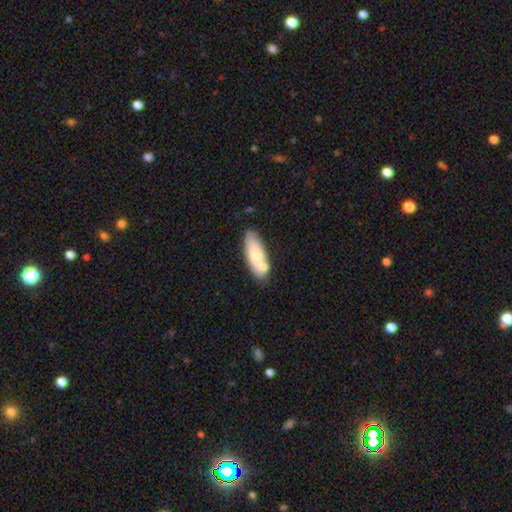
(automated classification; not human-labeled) This is likely a smooth galaxy (69%). How rounded: likely in between (70%). Merging: possibly none (58%).